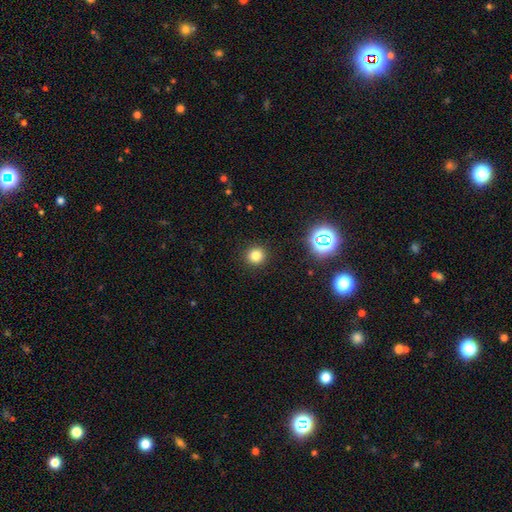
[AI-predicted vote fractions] This appears to be a smooth galaxy with no disk features (79%) that is round (92%). Merging: none (91%).